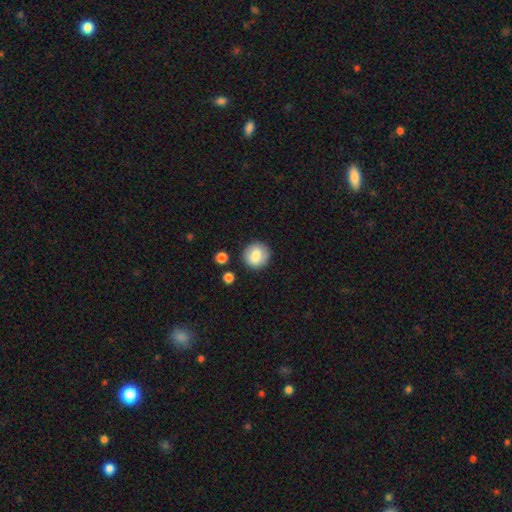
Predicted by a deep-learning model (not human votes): Smooth or featured? smooth (82%)
How rounded? round (88%)
Merging? none (87%)